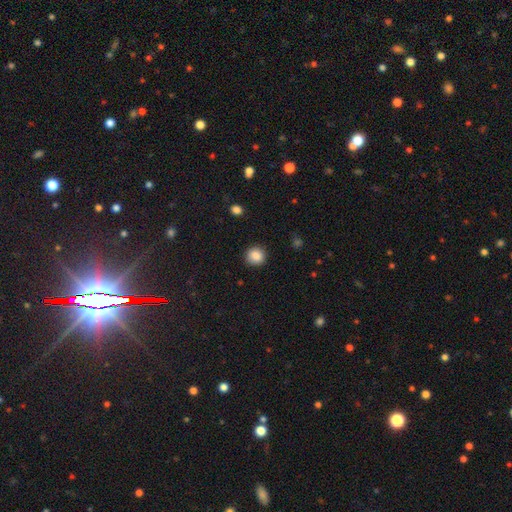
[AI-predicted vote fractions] Overall: smooth (87%). How rounded: round (89%). Merging: none (90%).